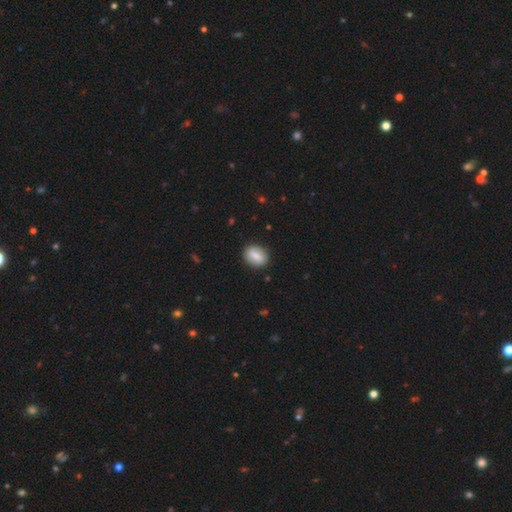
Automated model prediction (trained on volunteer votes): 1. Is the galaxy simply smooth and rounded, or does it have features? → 77% smooth, 15% featured or disk, 7% star or artifact.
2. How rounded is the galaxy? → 66% in between, 31% round, 2% cigar-shaped.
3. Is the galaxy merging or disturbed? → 87% none, 10% minor disturbance, 3% major disturbance, 1% merger.